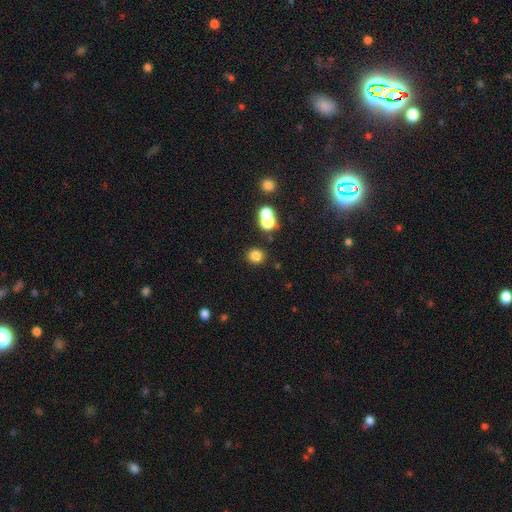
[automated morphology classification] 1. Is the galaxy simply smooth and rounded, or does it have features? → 80% smooth, 14% star or artifact, 6% featured or disk.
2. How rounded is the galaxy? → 80% round, 19% in between, 1% cigar-shaped.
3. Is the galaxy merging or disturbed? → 80% none, 9% merger, 8% minor disturbance, 3% major disturbance.